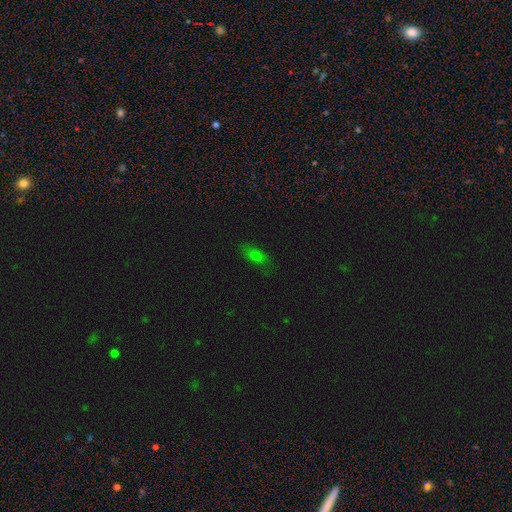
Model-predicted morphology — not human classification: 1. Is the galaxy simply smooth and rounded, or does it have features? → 71% smooth, 17% star or artifact, 12% featured or disk.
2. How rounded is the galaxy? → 76% in between, 19% cigar-shaped, 5% round.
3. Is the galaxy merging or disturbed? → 77% none, 17% minor disturbance, 5% major disturbance, 2% merger.